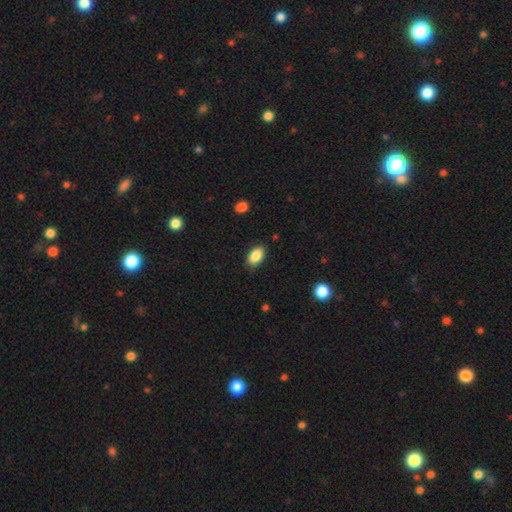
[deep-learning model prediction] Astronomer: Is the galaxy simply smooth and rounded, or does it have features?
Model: smooth — 88%.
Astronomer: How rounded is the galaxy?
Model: in between — 92%.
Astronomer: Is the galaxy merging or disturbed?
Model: none — 86%.